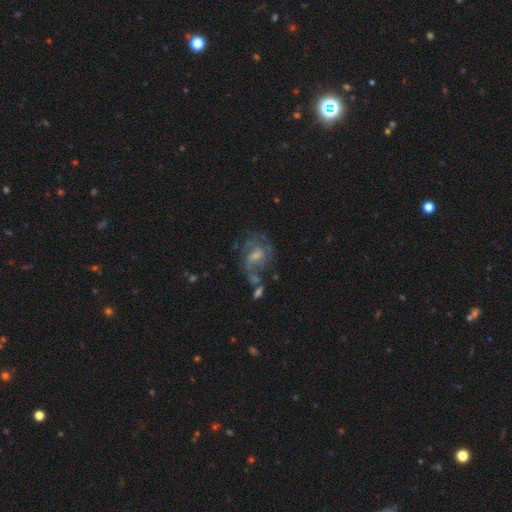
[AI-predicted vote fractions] featured or disk 73%, smooth 15%, star or artifact 11%. Down the decision tree: edge-on disk — no (97%); bar — weak (47%); spiral arms — yes (82%); spiral arm count — 2 (36%); spiral winding — medium (47%); bulge size — small (46%); merging — none (49%).